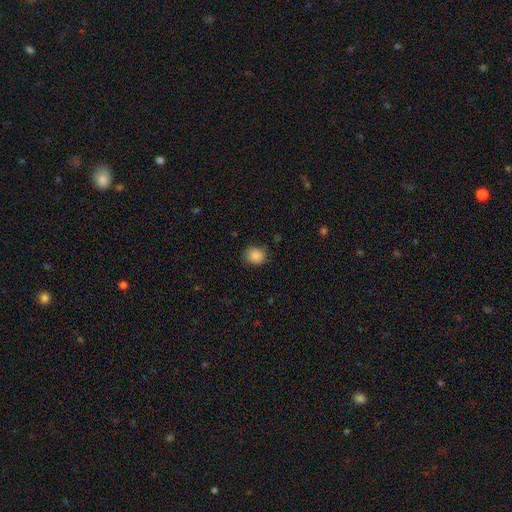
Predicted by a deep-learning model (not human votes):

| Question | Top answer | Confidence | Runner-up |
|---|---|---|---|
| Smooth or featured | smooth | 87% | star or artifact (9%) |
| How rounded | round | 79% | in between (20%) |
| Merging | none | 80% | minor disturbance (15%) |